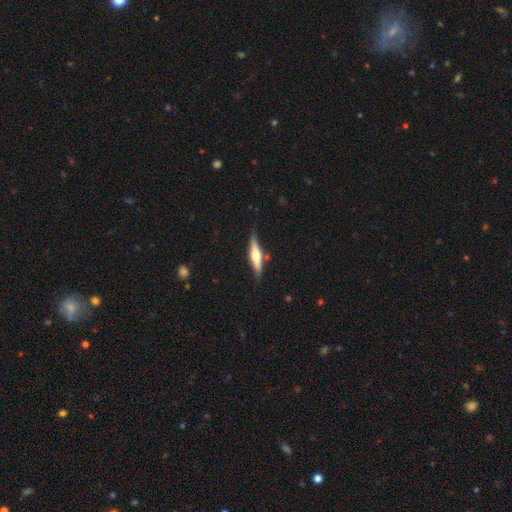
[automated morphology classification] smooth-or-featured: featured or disk: 64% | smooth: 31% | star or artifact: 5%
  disk-edge-on: yes: 96% | no: 4%
    edge-on-bulge: rounded: 91% | boxy: 6% | none: 3%
  merging: none: 81% | minor disturbance: 13% | merger: 3% | major disturbance: 3%